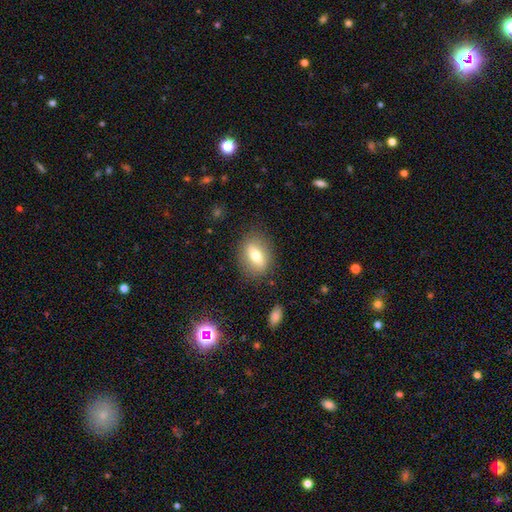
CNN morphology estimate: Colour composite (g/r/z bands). It shows a smooth galaxy with no disk features (65%) that is in between round and cigar-shaped (74%). Merging: none (82%).